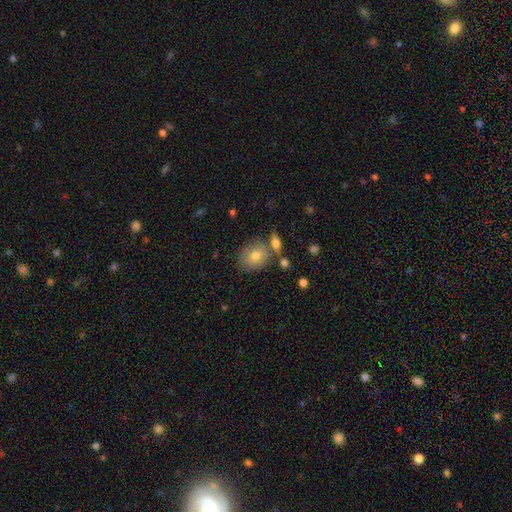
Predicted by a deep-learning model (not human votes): A smooth galaxy with no disk features (74%) that is round (57%). Merging: none (69%).